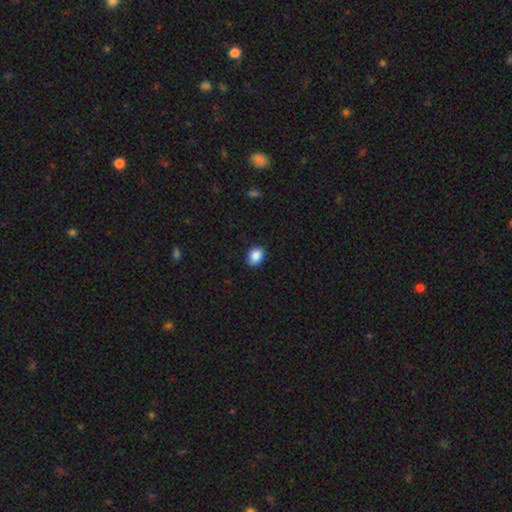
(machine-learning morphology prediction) The model was most divided on "how rounded": in between: 62%, round: 37%, cigar-shaped: 1%. More confident: smooth or featured — smooth (87%); merging — none (83%).